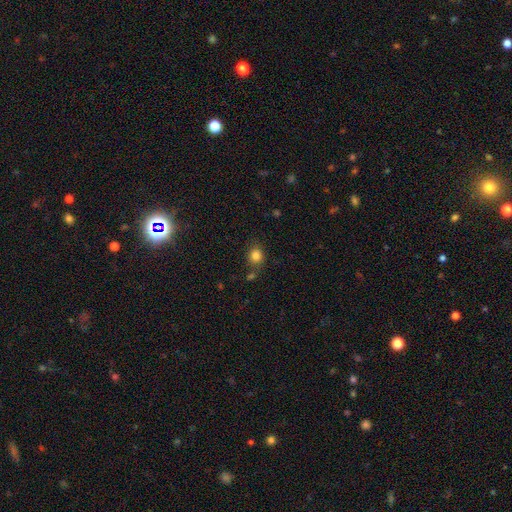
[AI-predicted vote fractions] Overall: smooth (83%). How rounded: round (71%). Merging: none (74%).